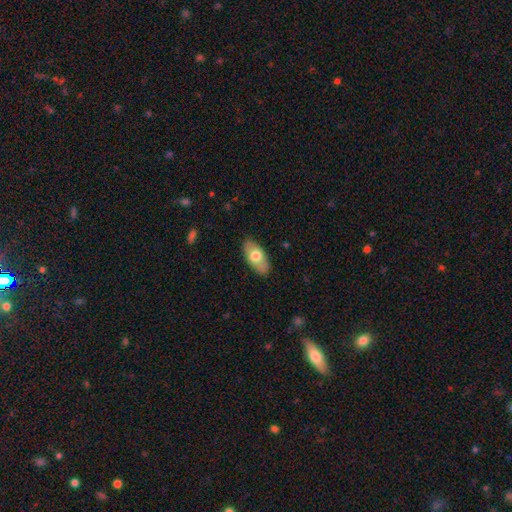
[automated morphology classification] smooth_or_featured: smooth (p=0.67) [alt: featured or disk p=0.28]
how_rounded: in between (p=0.92) [alt: cigar-shaped p=0.05]
merging: none (p=0.87) [alt: minor disturbance p=0.10]